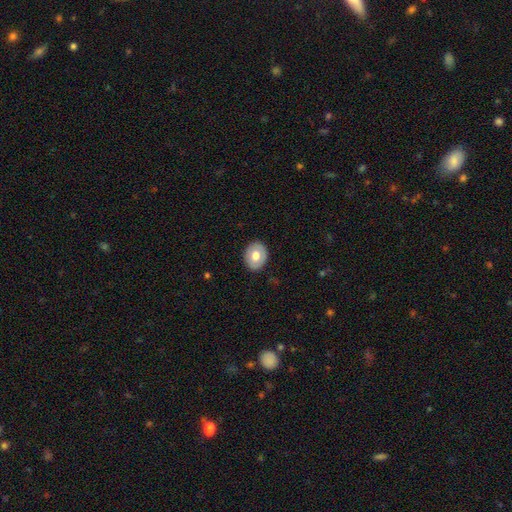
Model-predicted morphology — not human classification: type=smooth (66%); roundness=in between (54%); merging=none (88%).